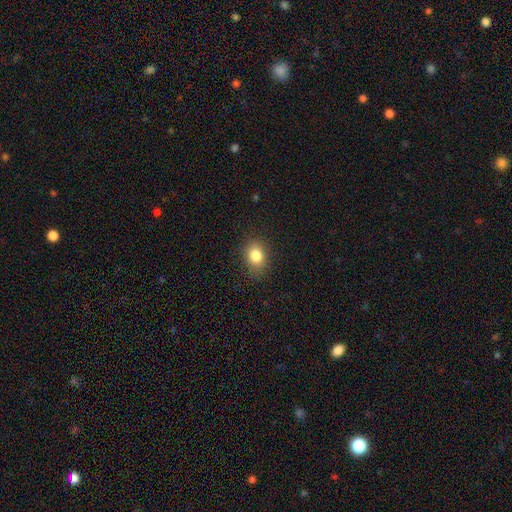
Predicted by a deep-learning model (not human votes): Overall: smooth (83%). How rounded: in between (56%; round 43%). Merging: none (86%).